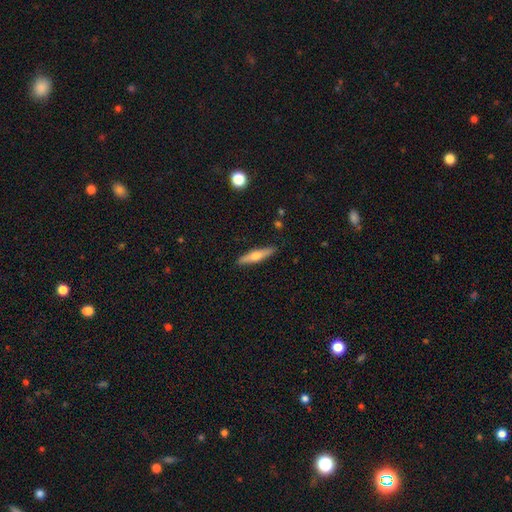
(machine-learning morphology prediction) Smooth or featured? smooth (48%)
Merging? none (88%)